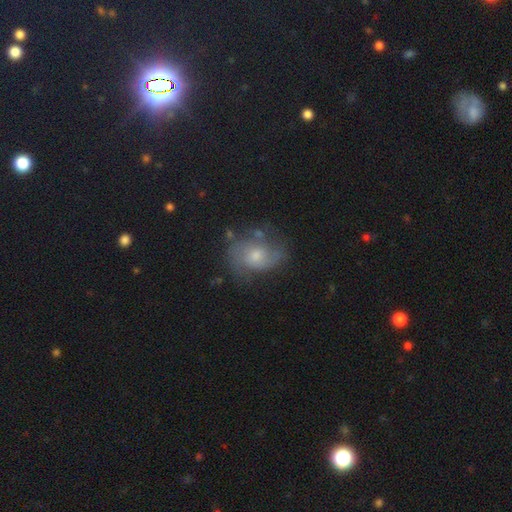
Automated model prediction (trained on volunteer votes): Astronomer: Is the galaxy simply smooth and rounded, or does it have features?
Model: featured or disk — 62%.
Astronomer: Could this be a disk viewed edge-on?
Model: no — 97%.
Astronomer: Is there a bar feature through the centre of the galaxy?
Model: no — 71%.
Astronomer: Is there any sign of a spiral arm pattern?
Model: yes — 86%.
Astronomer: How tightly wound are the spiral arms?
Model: medium — 46% (runner-up: tight, 27%).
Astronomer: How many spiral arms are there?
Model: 2 — 66%.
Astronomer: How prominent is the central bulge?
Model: moderate — 50% (runner-up: small, 40%).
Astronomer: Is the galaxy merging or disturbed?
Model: none — 62%.